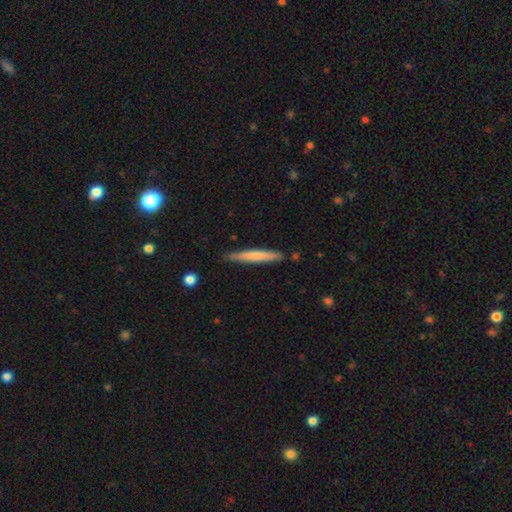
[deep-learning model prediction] This is likely a smooth galaxy (63%). How rounded: clearly cigar-shaped (95%). Merging: clearly none (84%).